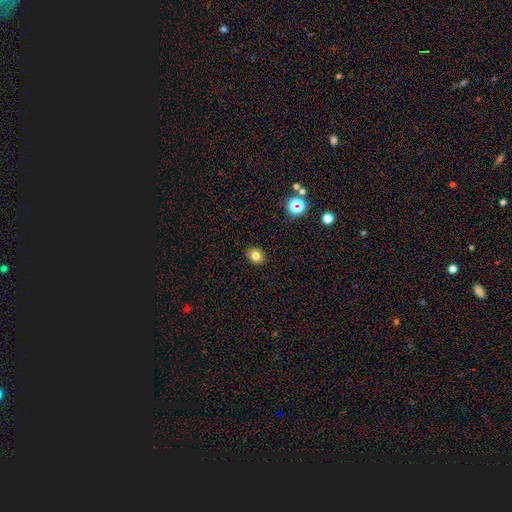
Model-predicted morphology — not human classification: A smooth galaxy with no disk features (80%) that is round (68%). Merging: none (90%).